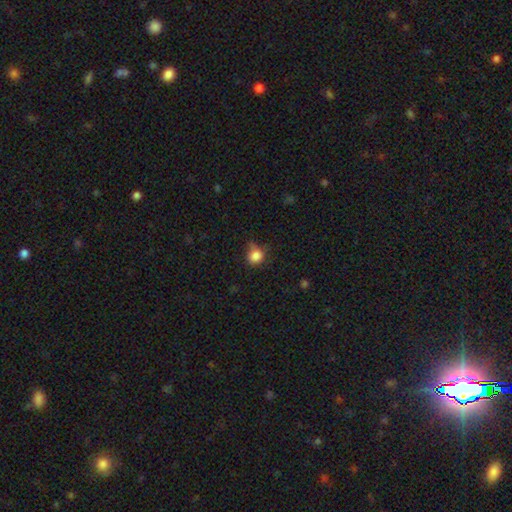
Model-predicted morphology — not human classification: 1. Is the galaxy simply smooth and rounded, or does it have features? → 84% smooth, 11% star or artifact, 5% featured or disk.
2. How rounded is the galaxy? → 82% round, 17% in between, 1% cigar-shaped.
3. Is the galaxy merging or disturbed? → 59% none, 30% minor disturbance, 8% major disturbance, 4% merger.